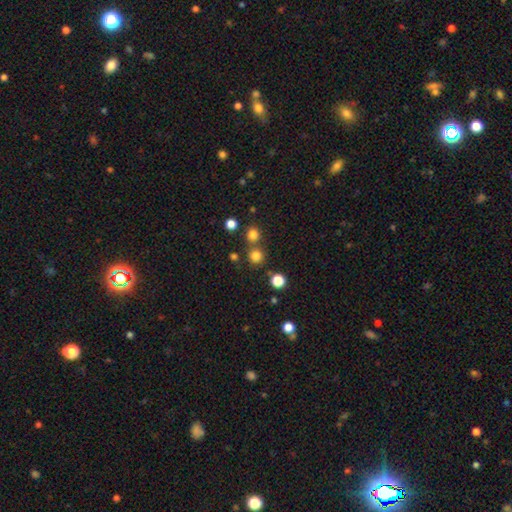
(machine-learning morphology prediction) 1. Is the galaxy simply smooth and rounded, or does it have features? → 78% smooth, 17% star or artifact, 5% featured or disk.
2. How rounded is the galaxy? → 93% round, 6% in between, 1% cigar-shaped.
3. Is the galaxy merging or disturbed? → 73% none, 18% merger, 6% minor disturbance, 3% major disturbance.